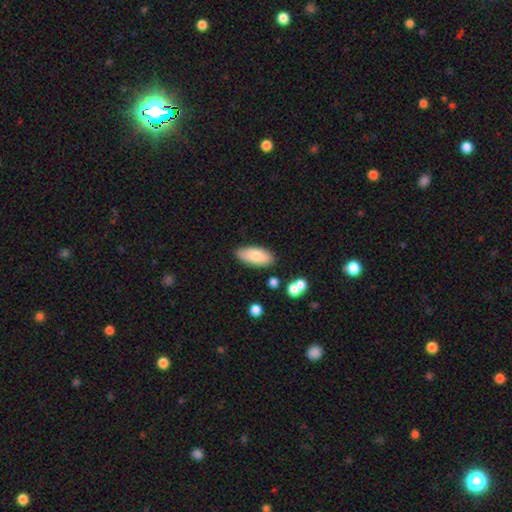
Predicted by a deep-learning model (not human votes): This appears to be a smooth galaxy with no disk features (81%) that is in between round and cigar-shaped (87%). Merging: none (83%).